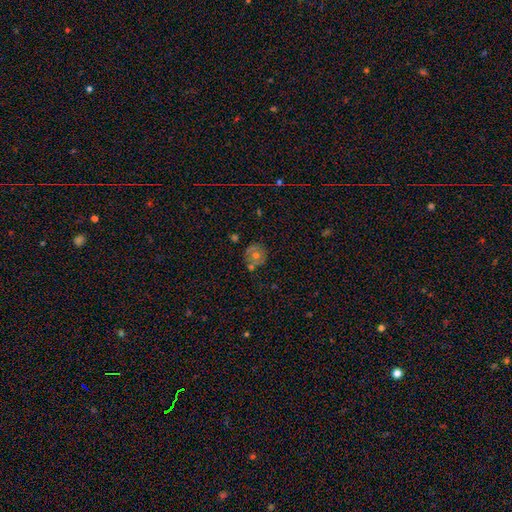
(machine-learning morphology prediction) Smooth or featured? featured or disk (41%)
Merging? none (70%)